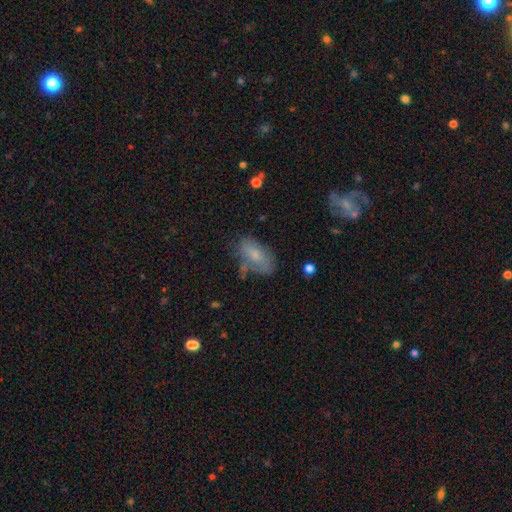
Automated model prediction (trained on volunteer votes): Smooth or featured: smooth — 69% (featured or disk — 23%)
How rounded: in between — 91% (cigar-shaped — 5%)
Merging: none — 53% (minor disturbance — 27%)